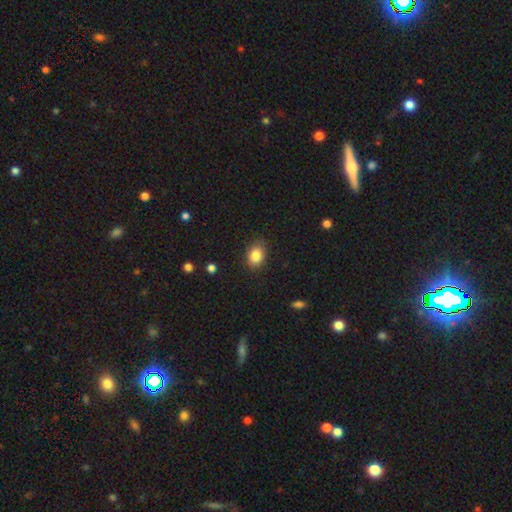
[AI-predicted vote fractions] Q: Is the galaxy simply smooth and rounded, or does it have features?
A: smooth — 85%.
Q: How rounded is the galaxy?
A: in between — 70%.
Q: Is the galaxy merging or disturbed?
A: none — 82%.